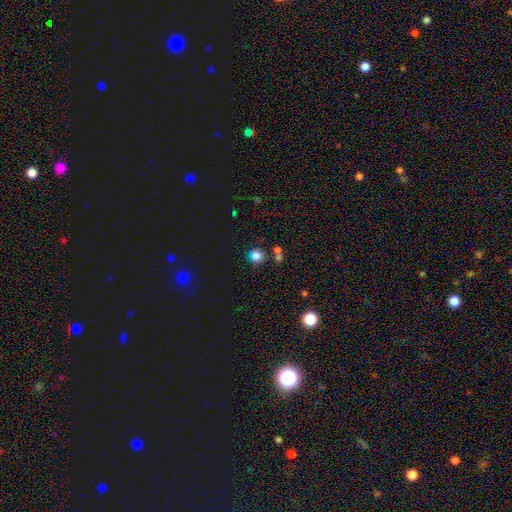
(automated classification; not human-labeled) A smooth galaxy with no disk features (76%) that is round (88%).

Vote fractions:
- Smooth or featured? smooth: 76% / star or artifact: 18% / featured or disk: 6%
- How rounded? round: 88% / in between: 11% / cigar-shaped: 1%
- Merging? none: 72% / merger: 14% / minor disturbance: 10% / major disturbance: 4%